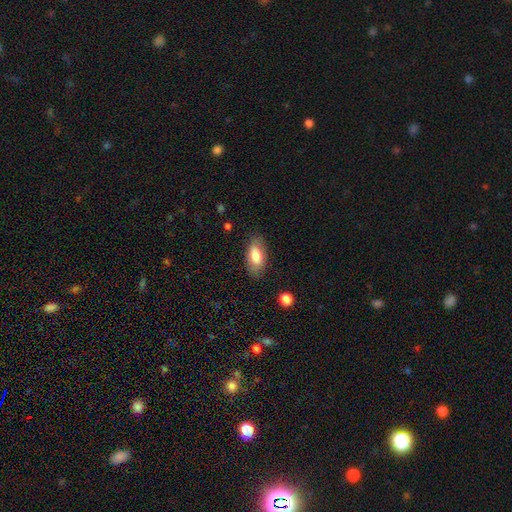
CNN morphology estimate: Smooth or featured?
  - smooth: 76% *
  - featured or disk: 18%
  - star or artifact: 7%
How rounded?
  - in between: 91% *
  - cigar-shaped: 6%
  - round: 3%
Merging?
  - none: 82% *
  - minor disturbance: 13%
  - major disturbance: 3%
  - merger: 1%